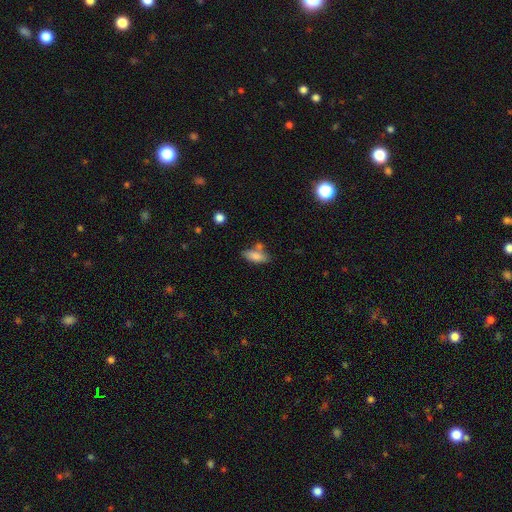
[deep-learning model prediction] smooth-or-featured: smooth: 81% | featured or disk: 11% | star or artifact: 8%
  how-rounded: in between: 74% | cigar-shaped: 23% | round: 3%
  merging: none: 59% | merger: 19% | minor disturbance: 17% | major disturbance: 5%